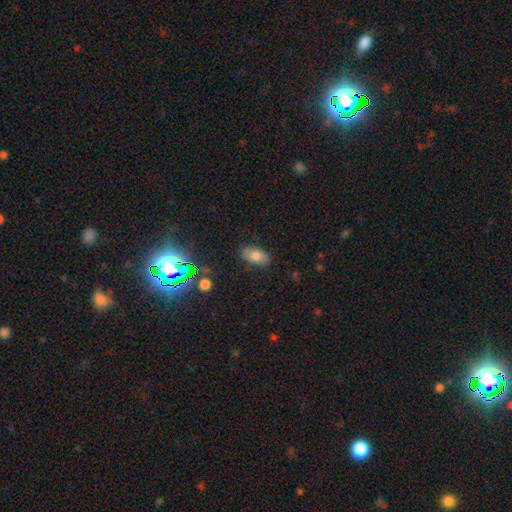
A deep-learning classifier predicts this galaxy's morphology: type=smooth (74%); roundness=in between (91%); merging=none (83%).